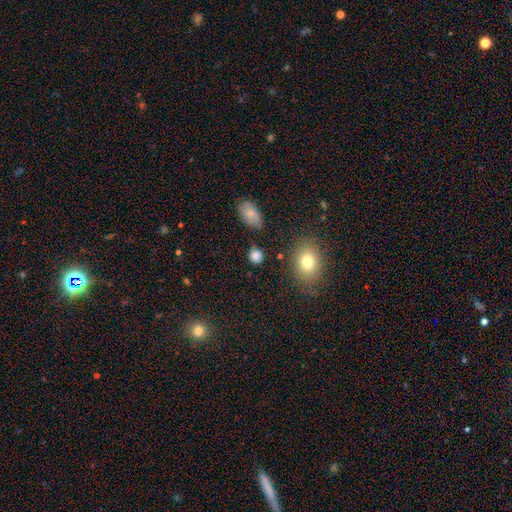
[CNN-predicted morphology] smooth-or-featured: smooth: 82% | star or artifact: 12% | featured or disk: 6%
  how-rounded: round: 78% | in between: 20% | cigar-shaped: 1%
  merging: none: 79% | minor disturbance: 13% | major disturbance: 4% | merger: 4%